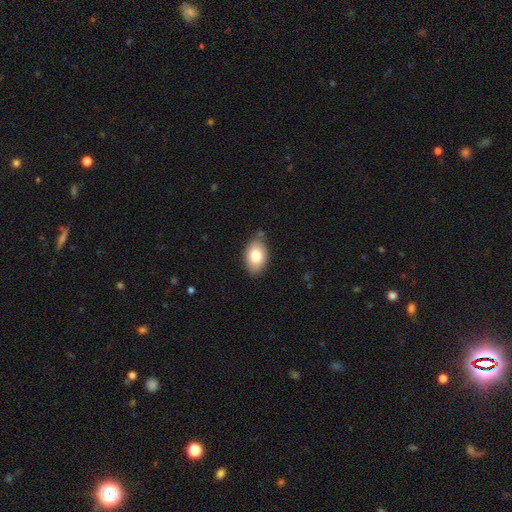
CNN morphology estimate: Smooth or featured?
  - smooth: 79% *
  - featured or disk: 13%
  - star or artifact: 8%
How rounded?
  - in between: 88% *
  - round: 11%
  - cigar-shaped: 1%
Merging?
  - none: 79% *
  - minor disturbance: 15%
  - major disturbance: 3%
  - merger: 3%